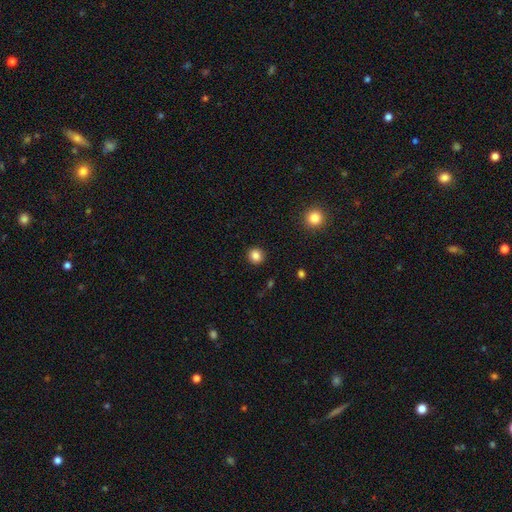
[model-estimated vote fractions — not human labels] Smooth or featured?
  - smooth: 84% *
  - star or artifact: 11%
  - featured or disk: 5%
How rounded?
  - round: 91% *
  - in between: 8%
  - cigar-shaped: 1%
Merging?
  - none: 92% *
  - minor disturbance: 5%
  - major disturbance: 2%
  - merger: 1%